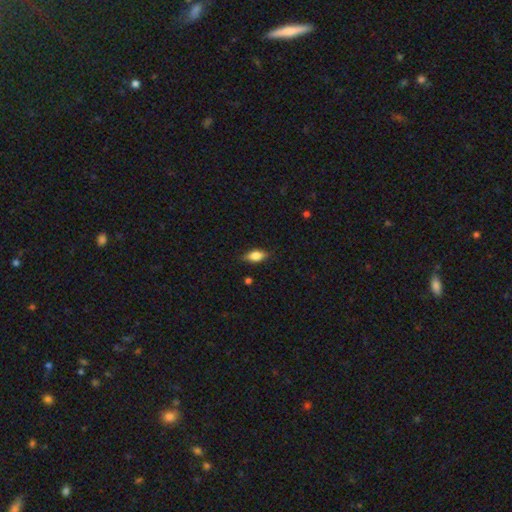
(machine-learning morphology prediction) smooth 74%, featured or disk 19%, star or artifact 8%. Down the decision tree: how rounded — in between (83%); merging — none (80%).